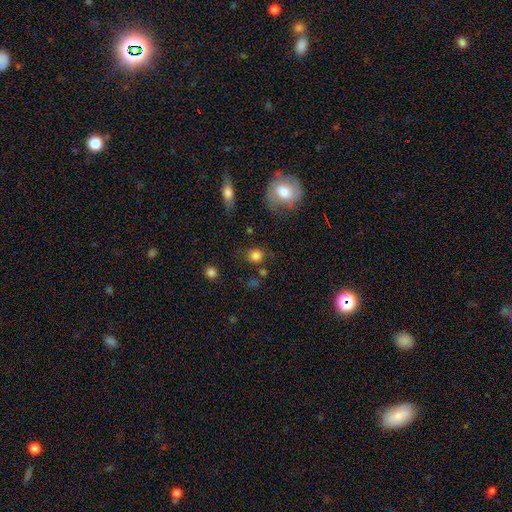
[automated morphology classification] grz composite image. It shows a smooth galaxy with no disk features (82%) that is round (80%). Merging: none (76%).